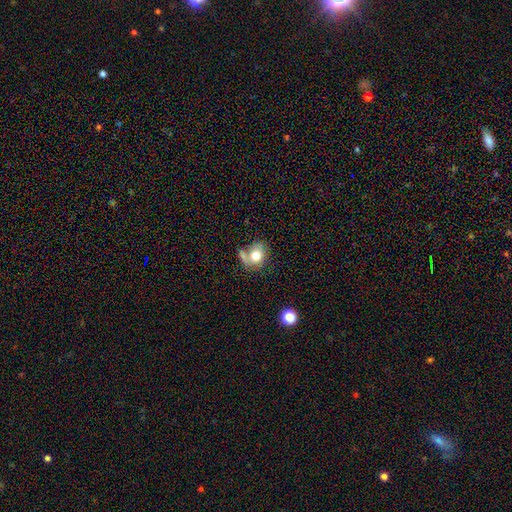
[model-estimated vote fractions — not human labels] Q: Smooth or featured?
A: smooth (73%); runner-up: featured or disk (18%)
Q: How rounded?
A: round (55%); runner-up: in between (44%)
Q: Merging?
A: none (42%); runner-up: merger (29%)